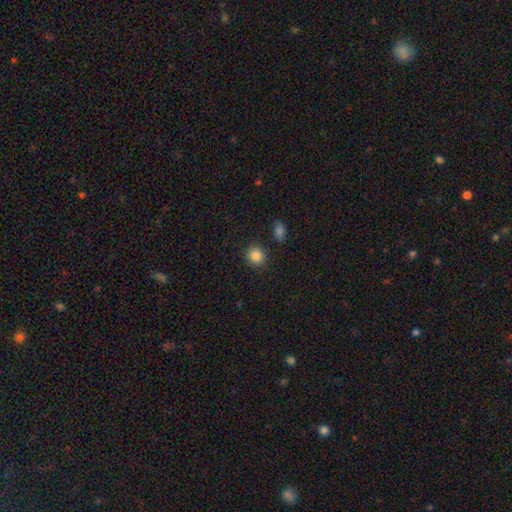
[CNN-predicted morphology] This appears to be a smooth galaxy with no disk features (86%) that is round (87%). Merging: none (87%).